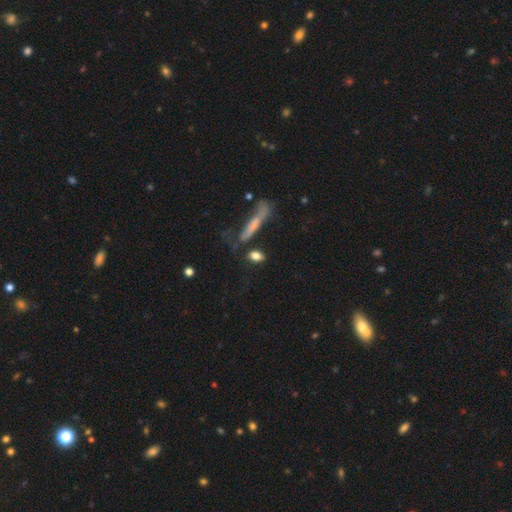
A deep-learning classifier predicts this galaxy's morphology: Smooth or featured? smooth (79%)
How rounded? in between (65%)
Merging? none (62%)